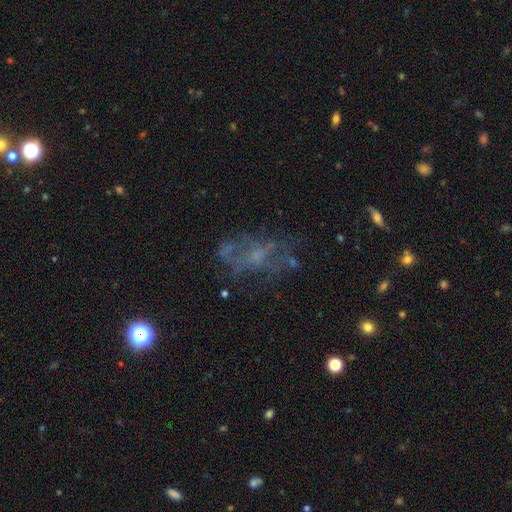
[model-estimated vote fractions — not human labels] Smooth or featured? Predicted: featured or disk (p=0.54). Edge-on disk? Predicted: no (p=0.94). Bar? Predicted: no (p=0.80). Spiral arms? Predicted: no (p=0.75). Bulge size? Predicted: none (p=0.40). Merging? Predicted: none (p=0.50).